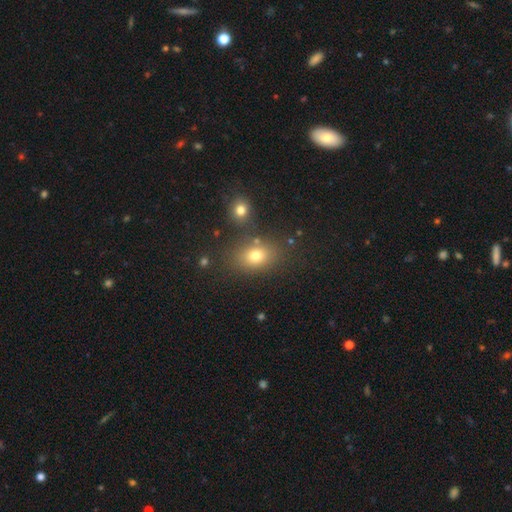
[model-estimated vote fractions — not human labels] Q: Smooth or featured?
A: smooth (74%); runner-up: star or artifact (15%)
Q: How rounded?
A: in between (70%); runner-up: round (29%)
Q: Merging?
A: none (74%); runner-up: minor disturbance (12%)